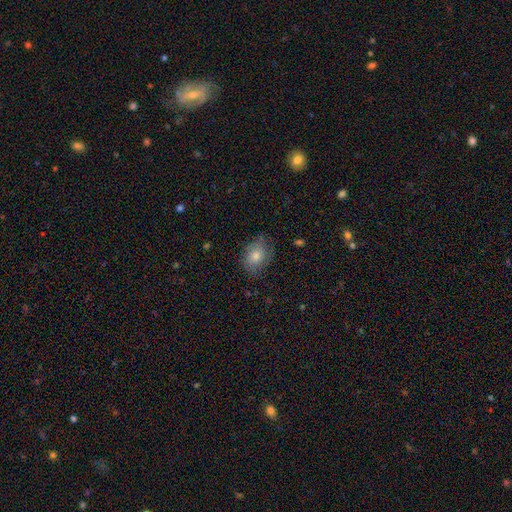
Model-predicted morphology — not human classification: smooth_or_featured: smooth (p=0.62) [alt: featured or disk p=0.26]
how_rounded: in between (p=0.64) [alt: round p=0.35]
merging: none (p=0.73) [alt: minor disturbance p=0.20]